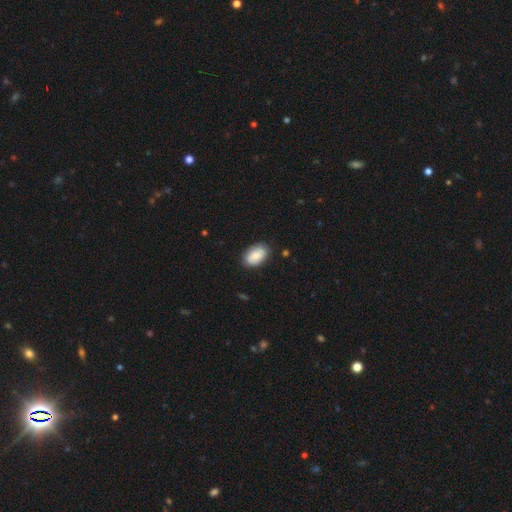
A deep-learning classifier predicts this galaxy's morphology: smooth 80%, featured or disk 13%, star or artifact 7%. Down the decision tree: how rounded — in between (92%); merging — none (81%).